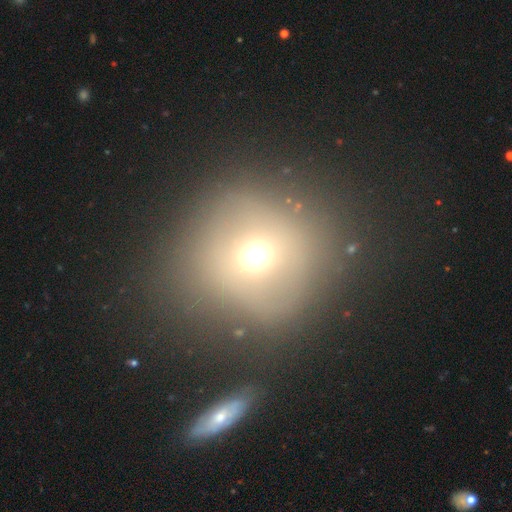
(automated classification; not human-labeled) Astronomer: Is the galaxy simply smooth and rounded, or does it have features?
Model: smooth — 64%.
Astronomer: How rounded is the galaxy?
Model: round — 89%.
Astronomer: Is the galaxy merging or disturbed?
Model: none — 74%.